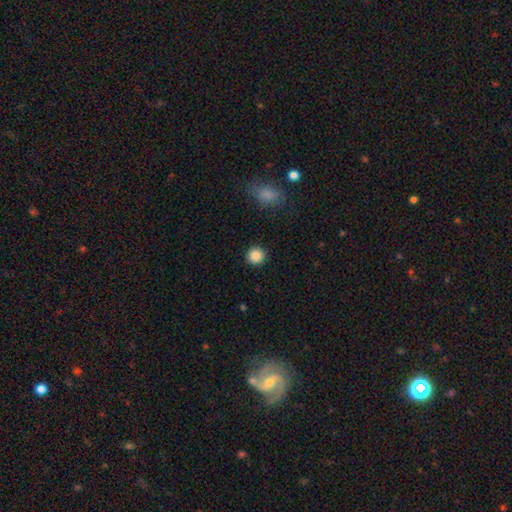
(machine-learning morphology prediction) smooth-or-featured: smooth: 87% | star or artifact: 10% | featured or disk: 3%
  how-rounded: round: 93% | in between: 6% | cigar-shaped: 1%
  merging: none: 91% | minor disturbance: 6% | major disturbance: 2% | merger: 1%